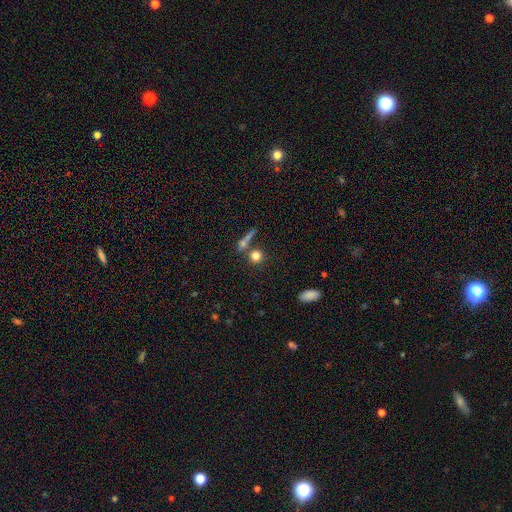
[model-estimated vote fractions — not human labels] smooth-or-featured: smooth: 78% | star or artifact: 12% | featured or disk: 10%
  how-rounded: round: 84% | in between: 11% | cigar-shaped: 5%
  merging: none: 63% | merger: 24% | minor disturbance: 8% | major disturbance: 5%